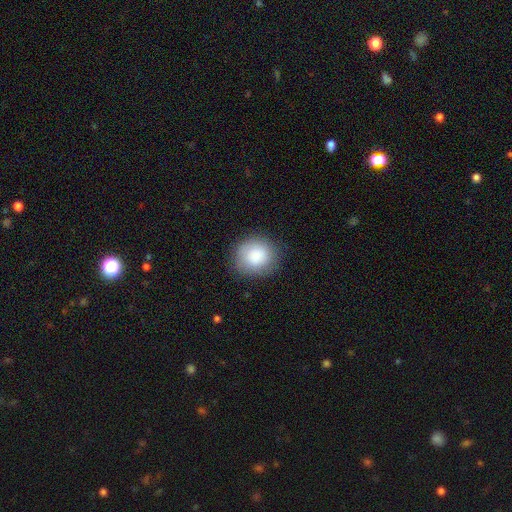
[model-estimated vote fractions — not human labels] This is clearly a smooth galaxy (86%). How rounded: clearly round (85%). Merging: clearly none (84%).